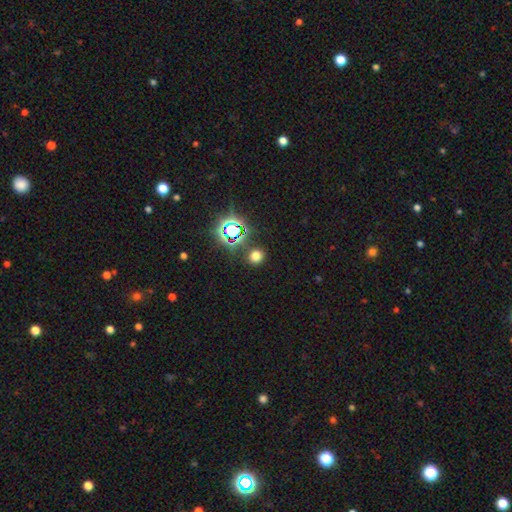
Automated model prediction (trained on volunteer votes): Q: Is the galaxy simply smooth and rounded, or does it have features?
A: smooth — 65%.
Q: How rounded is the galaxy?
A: round — 75%.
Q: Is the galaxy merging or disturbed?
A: none — 84%.